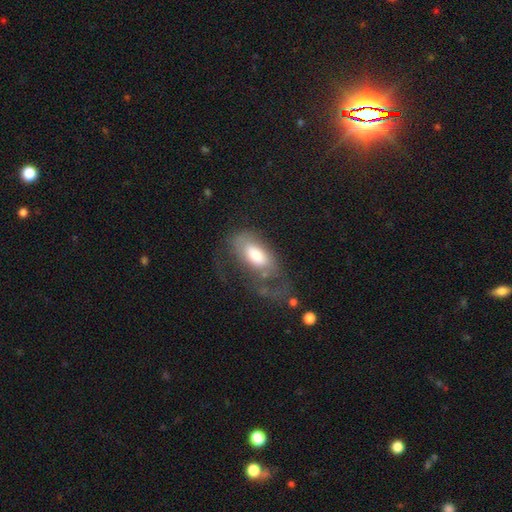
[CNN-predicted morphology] Q: Smooth or featured?
A: smooth (57%); runner-up: featured or disk (36%)
Q: How rounded?
A: in between (90%); runner-up: cigar-shaped (6%)
Q: Merging?
A: major disturbance (43%); runner-up: none (32%)